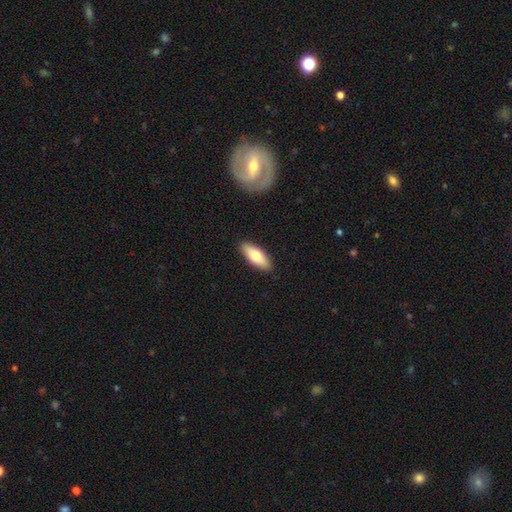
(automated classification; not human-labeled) Smooth or featured? Predicted: smooth (p=0.72). How rounded? Predicted: in between (p=0.70). Merging? Predicted: none (p=0.90).